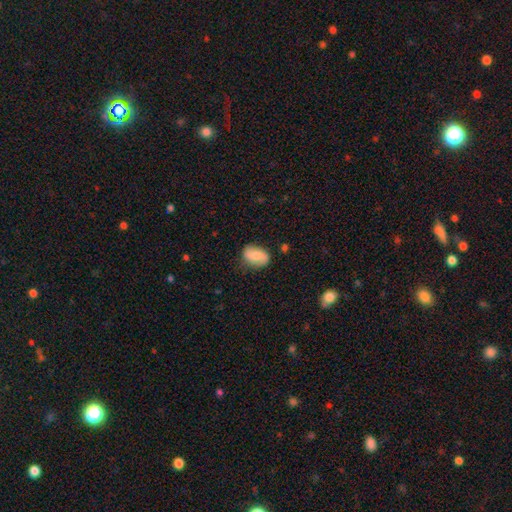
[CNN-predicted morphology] Smooth or featured?
  - smooth: 55% *
  - featured or disk: 37%
  - star or artifact: 8%
How rounded?
  - in between: 80% *
  - round: 18%
  - cigar-shaped: 2%
Merging?
  - none: 72% *
  - minor disturbance: 21%
  - major disturbance: 5%
  - merger: 2%